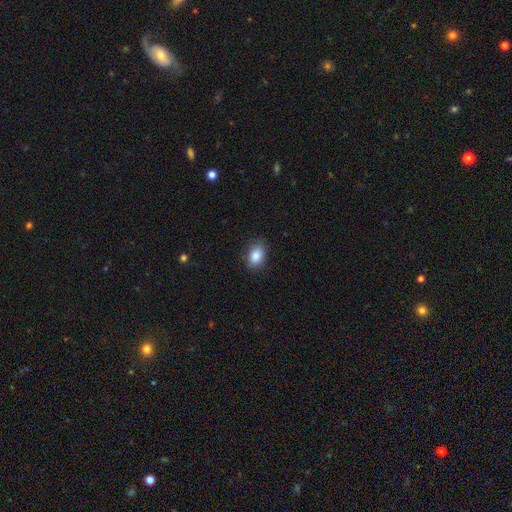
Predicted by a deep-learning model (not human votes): Smooth or featured? smooth (88%)
How rounded? in between (82%)
Merging? none (84%)